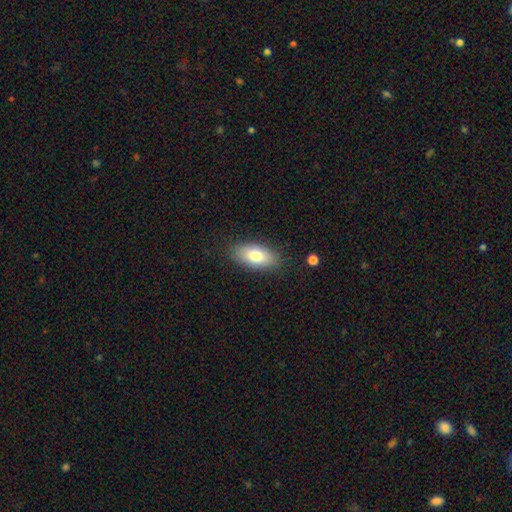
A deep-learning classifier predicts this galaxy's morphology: The model was most divided on "smooth or featured": smooth: 77%, featured or disk: 16%, star or artifact: 7%. More confident: how rounded — in between (89%); merging — none (85%).